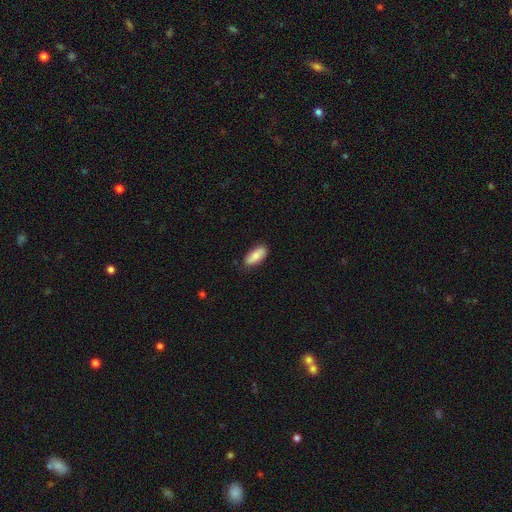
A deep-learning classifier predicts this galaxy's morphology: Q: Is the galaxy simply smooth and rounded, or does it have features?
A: smooth — 81%.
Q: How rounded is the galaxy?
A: in between — 85%.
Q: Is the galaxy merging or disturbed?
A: none — 82%.